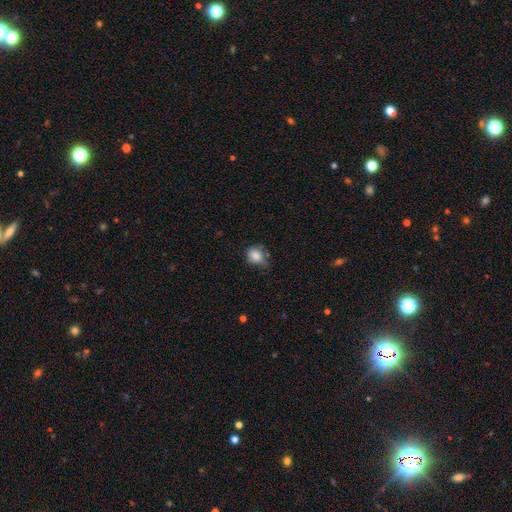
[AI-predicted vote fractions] Q: Smooth or featured?
A: smooth (84%); runner-up: star or artifact (9%)
Q: How rounded?
A: in between (52%); runner-up: round (47%)
Q: Merging?
A: none (50%); runner-up: minor disturbance (36%)